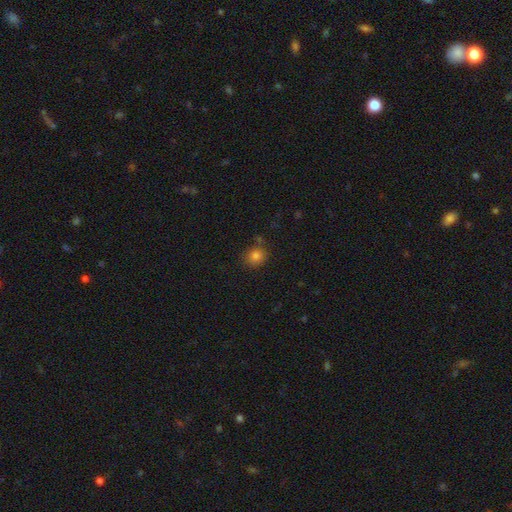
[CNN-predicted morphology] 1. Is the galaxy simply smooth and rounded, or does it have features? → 82% smooth, 12% star or artifact, 6% featured or disk.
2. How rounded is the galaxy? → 79% round, 20% in between, 1% cigar-shaped.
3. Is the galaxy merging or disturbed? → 75% none, 14% minor disturbance, 7% merger, 4% major disturbance.